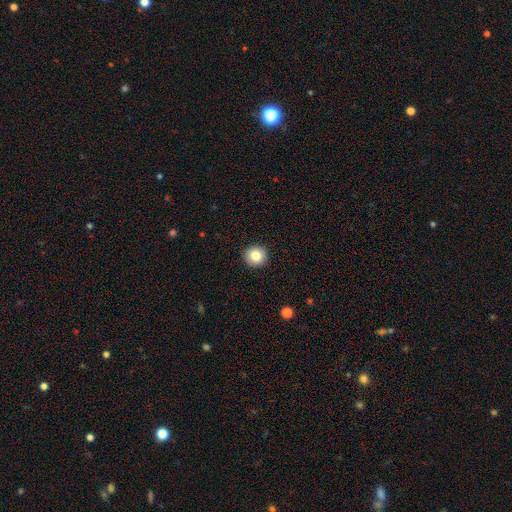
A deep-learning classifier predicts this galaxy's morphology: Smooth or featured? Predicted: smooth (p=0.83). How rounded? Predicted: round (p=0.94). Merging? Predicted: none (p=0.93).